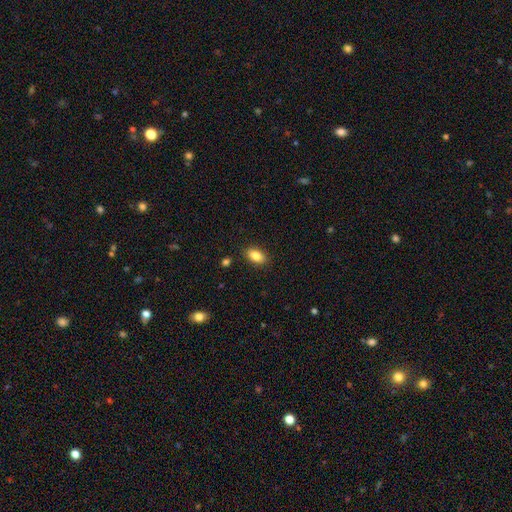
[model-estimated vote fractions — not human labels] Overall: smooth (86%). How rounded: in between (90%). Merging: none (87%).